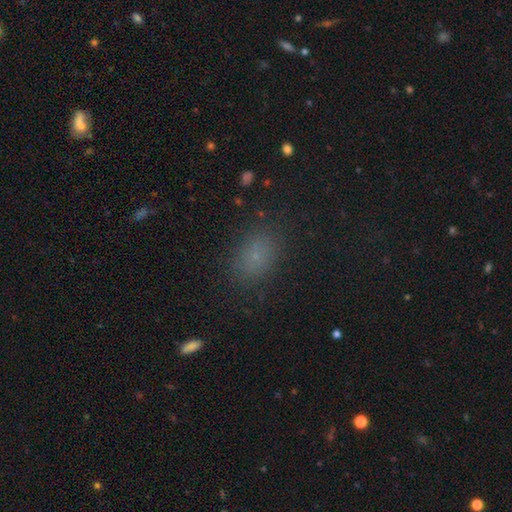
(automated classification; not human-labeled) A smooth galaxy with no disk features (73%) that is in between round and cigar-shaped (73%). Merging: none (83%).